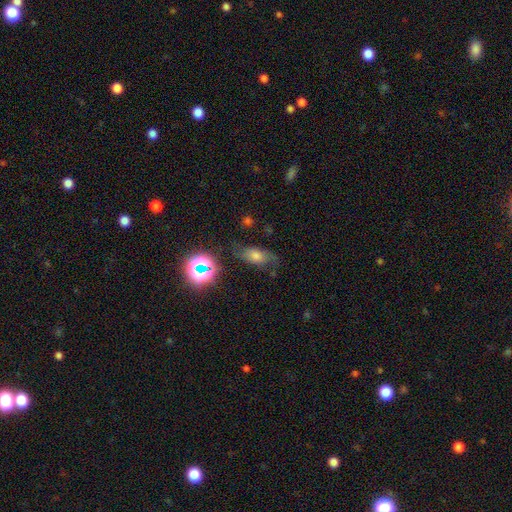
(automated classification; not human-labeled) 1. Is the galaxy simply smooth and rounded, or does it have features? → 48% smooth, 30% featured or disk, 22% star or artifact.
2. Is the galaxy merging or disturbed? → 64% none, 23% minor disturbance, 10% major disturbance, 3% merger.